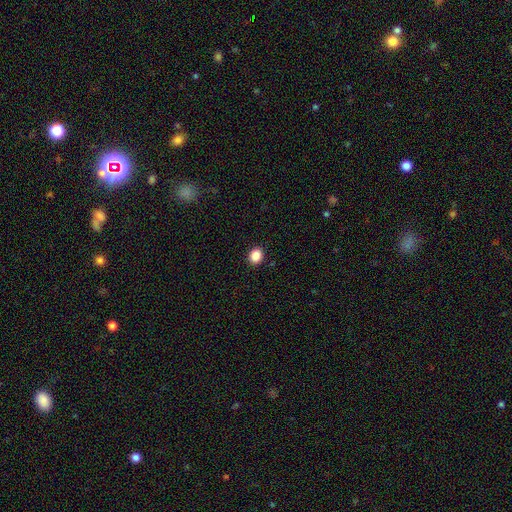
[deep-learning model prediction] Smooth or featured?
  - smooth: 87% *
  - star or artifact: 10%
  - featured or disk: 3%
How rounded?
  - round: 63% *
  - in between: 37%
  - cigar-shaped: 1%
Merging?
  - none: 92% *
  - minor disturbance: 6%
  - major disturbance: 2%
  - merger: 1%